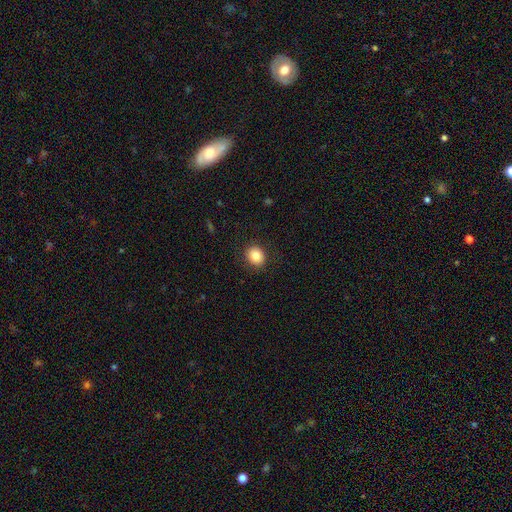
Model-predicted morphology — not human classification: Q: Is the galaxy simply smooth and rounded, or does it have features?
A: smooth — 84%.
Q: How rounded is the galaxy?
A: round — 67%.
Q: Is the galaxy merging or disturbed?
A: none — 88%.